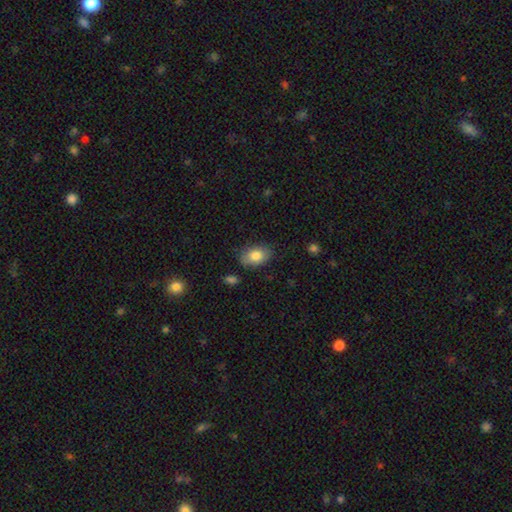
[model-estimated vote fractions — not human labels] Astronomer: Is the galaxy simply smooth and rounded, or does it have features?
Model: smooth — 82%.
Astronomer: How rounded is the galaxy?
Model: in between — 85%.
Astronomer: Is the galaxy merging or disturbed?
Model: none — 78%.